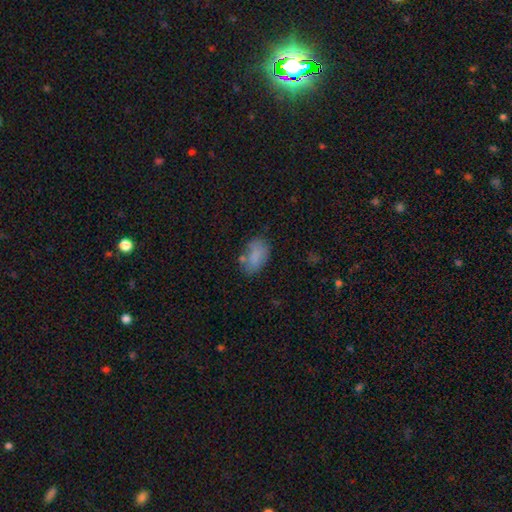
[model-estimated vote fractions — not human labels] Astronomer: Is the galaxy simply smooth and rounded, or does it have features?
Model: smooth — 78%.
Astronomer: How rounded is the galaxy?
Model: in between — 90%.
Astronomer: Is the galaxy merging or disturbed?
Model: none — 61%.